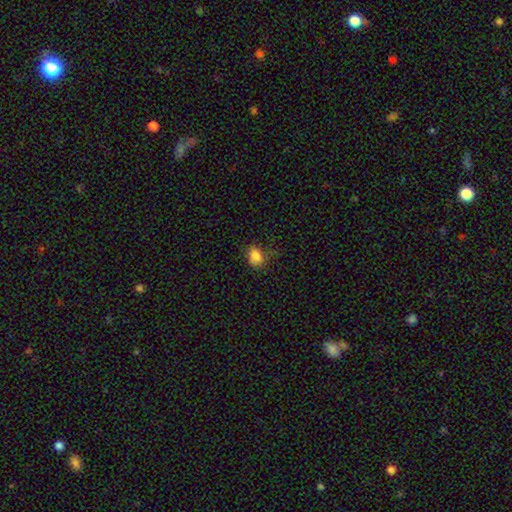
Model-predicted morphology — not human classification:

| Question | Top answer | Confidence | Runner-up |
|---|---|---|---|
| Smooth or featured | smooth | 83% | star or artifact (11%) |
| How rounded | in between | 60% | round (39%) |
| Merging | none | 67% | minor disturbance (23%) |